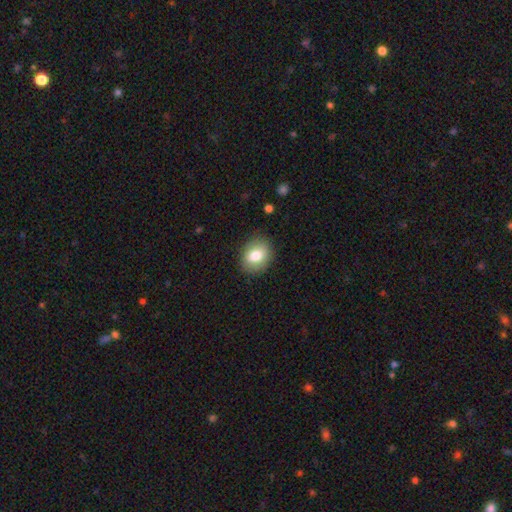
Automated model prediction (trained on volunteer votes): Overall: smooth (79%). How rounded: in between (54%; round 45%). Merging: none (86%).